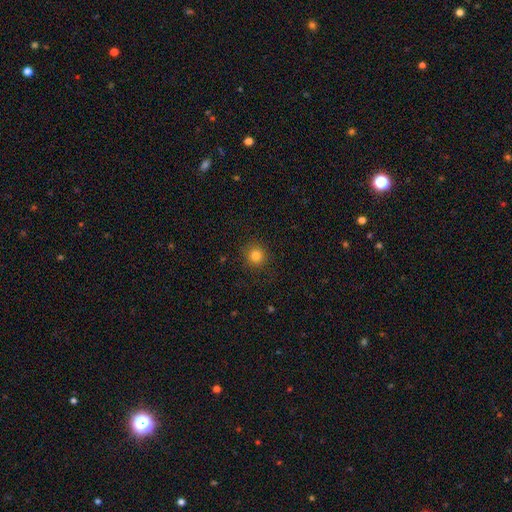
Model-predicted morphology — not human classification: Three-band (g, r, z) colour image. It shows a smooth galaxy with no disk features (82%) that is round (93%). Merging: none (90%).